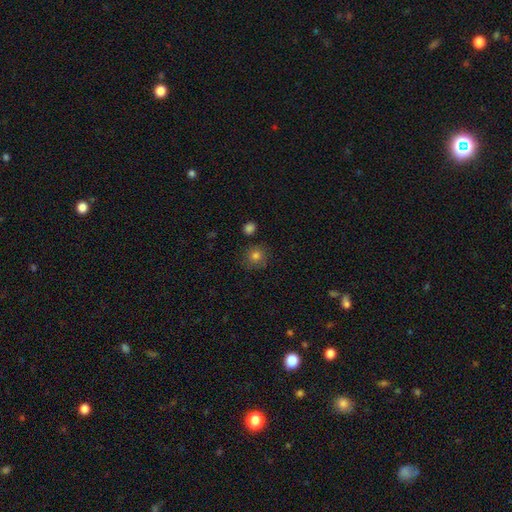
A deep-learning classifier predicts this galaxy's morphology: smooth_or_featured: smooth (p=0.80) [alt: star or artifact p=0.12]
how_rounded: round (p=0.88) [alt: in between p=0.11]
merging: none (p=0.81) [alt: minor disturbance p=0.12]